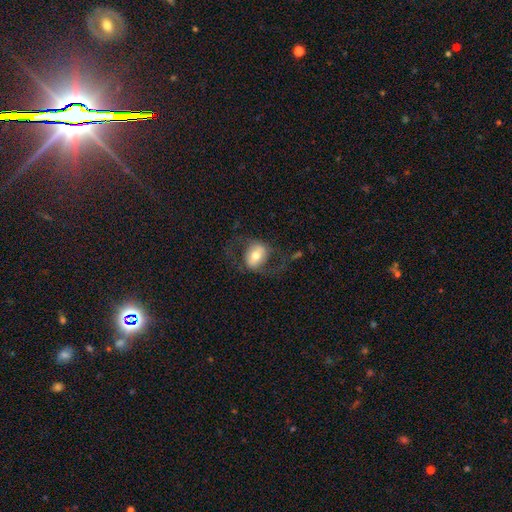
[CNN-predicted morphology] Smooth or featured?
  - featured or disk: 51% *
  - smooth: 42%
  - star or artifact: 7%
Edge-on disk?
  - no: 94% *
  - yes: 6%
Merging?
  - none: 61% *
  - major disturbance: 22%
  - minor disturbance: 16%
  - merger: 2%